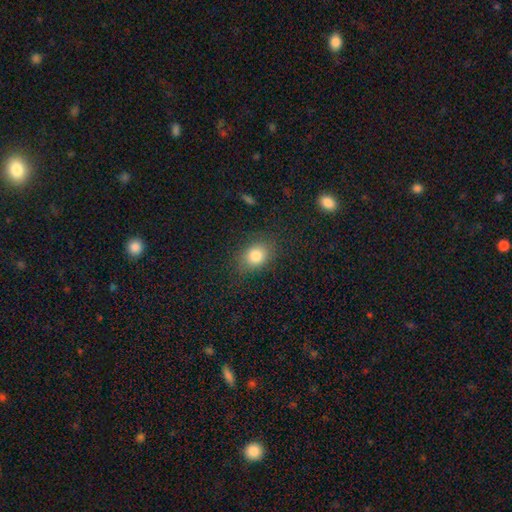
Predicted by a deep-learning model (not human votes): A smooth galaxy with no disk features (82%) that is in between round and cigar-shaped (58%). Merging: none (81%).